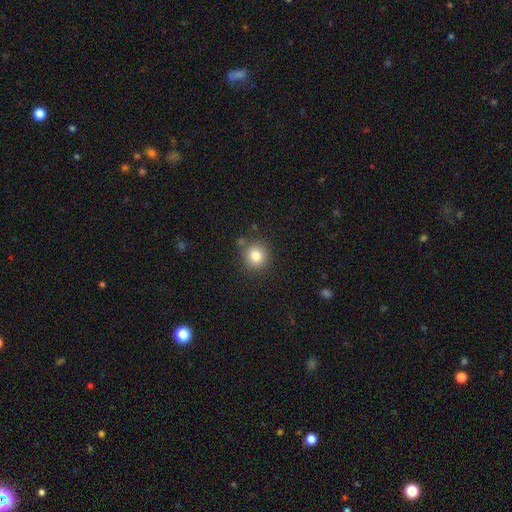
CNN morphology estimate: A smooth galaxy with no disk features (81%) that is round (90%). Merging: none (82%).